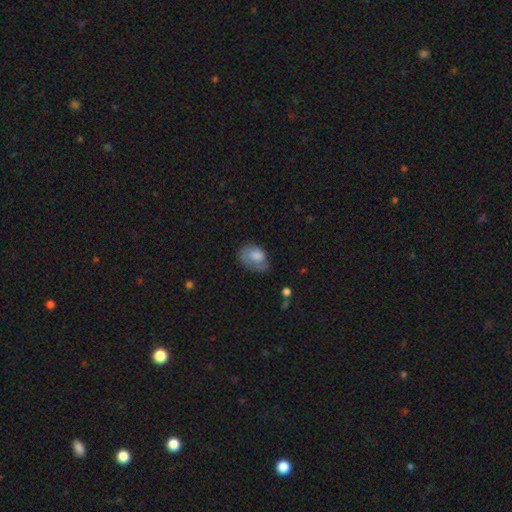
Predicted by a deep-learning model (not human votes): Smooth or featured?
  - smooth: 65% *
  - featured or disk: 27%
  - star or artifact: 8%
How rounded?
  - in between: 80% *
  - round: 18%
  - cigar-shaped: 1%
Merging?
  - none: 38% *
  - minor disturbance: 35%
  - major disturbance: 25%
  - merger: 3%